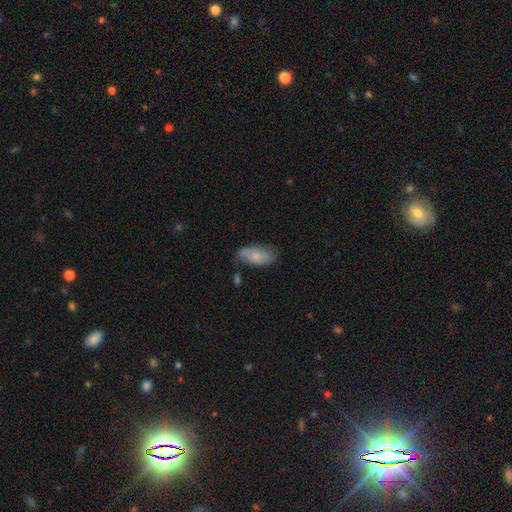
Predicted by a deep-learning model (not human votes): Smooth or featured? Predicted: smooth (p=0.67). How rounded? Predicted: in between (p=0.91). Merging? Predicted: none (p=0.57).